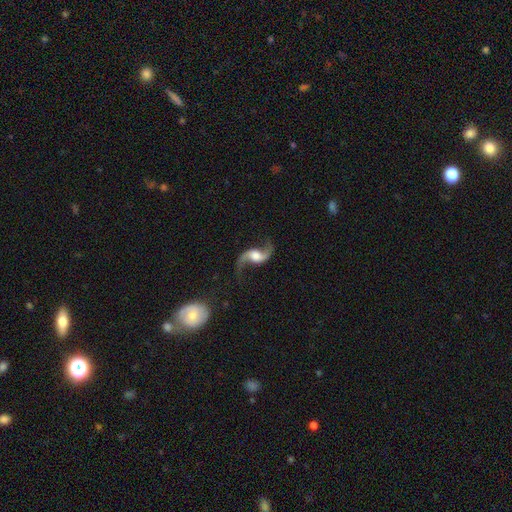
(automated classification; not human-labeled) Smooth or featured?
  - featured or disk: 90% *
  - smooth: 5%
  - star or artifact: 5%
Edge-on disk?
  - no: 96% *
  - yes: 4%
Bar?
  - no: 47% *
  - weak: 36%
  - strong: 17%
Spiral arms?
  - yes: 97% *
  - no: 3%
Spiral winding?
  - loose: 87% *
  - medium: 10%
  - tight: 2%
Spiral arm count?
  - 2: 94% *
  - 1: 2%
  - can't tell: 1%
  - 3: 1%
  - 4: 1%
  - more than 4: 1%
Bulge size?
  - moderate: 38% *
  - large: 37%
  - small: 12%
  - none: 7%
  - dominant: 6%
Merging?
  - none: 77% *
  - minor disturbance: 12%
  - major disturbance: 8%
  - merger: 2%